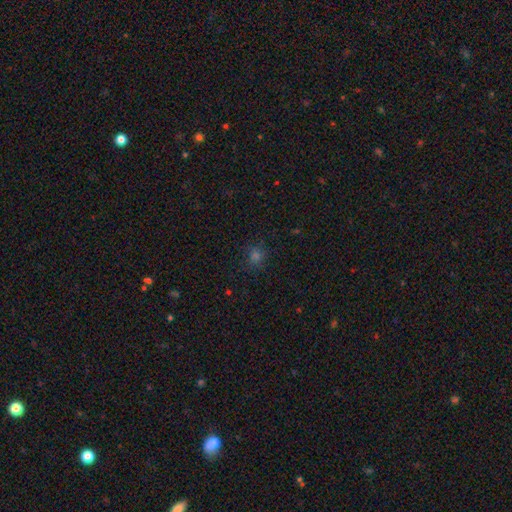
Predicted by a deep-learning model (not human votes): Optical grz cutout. It shows a smooth galaxy with no disk features (66%) that is round (86%). Merging: none (86%).